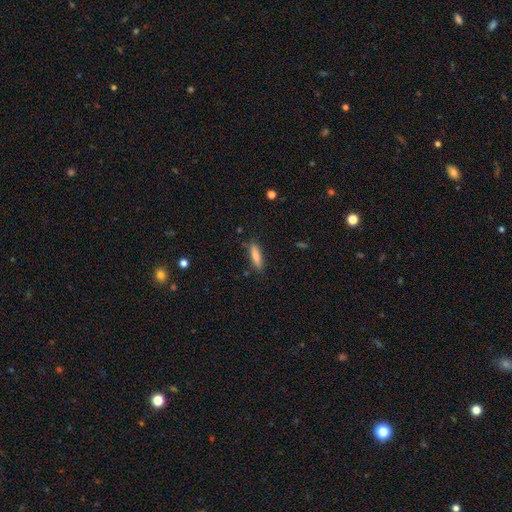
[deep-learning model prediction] Q: Smooth or featured?
A: smooth (82%); runner-up: featured or disk (11%)
Q: How rounded?
A: cigar-shaped (66%); runner-up: in between (33%)
Q: Merging?
A: none (85%); runner-up: minor disturbance (11%)